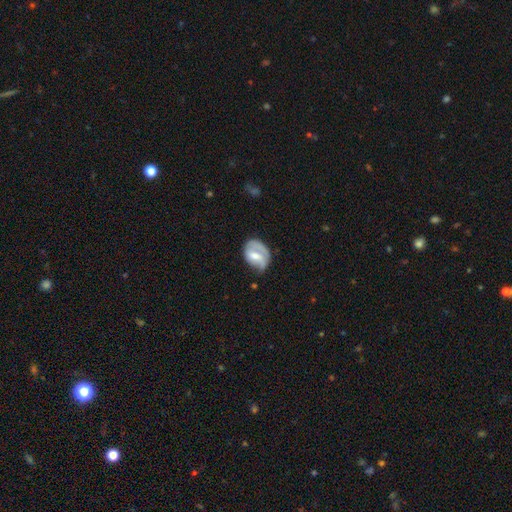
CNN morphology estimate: smooth_or_featured: featured or disk (p=0.52) [alt: smooth p=0.42]
disk_edge_on: no (p=0.96) [alt: yes p=0.04]
merging: none (p=0.42) [alt: minor disturbance p=0.34]